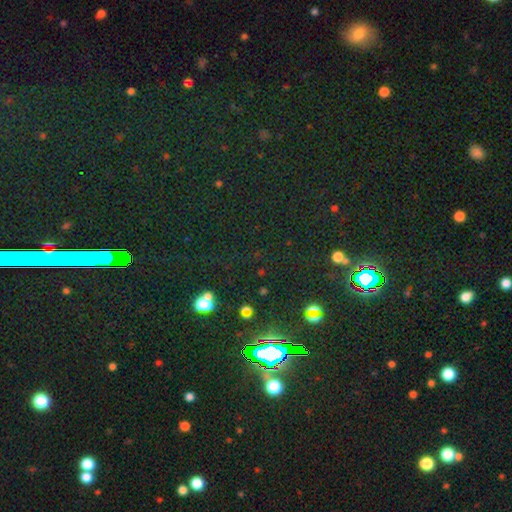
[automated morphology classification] The model was most divided on "smooth or featured": star or artifact: 78%, smooth: 14%, featured or disk: 8%.